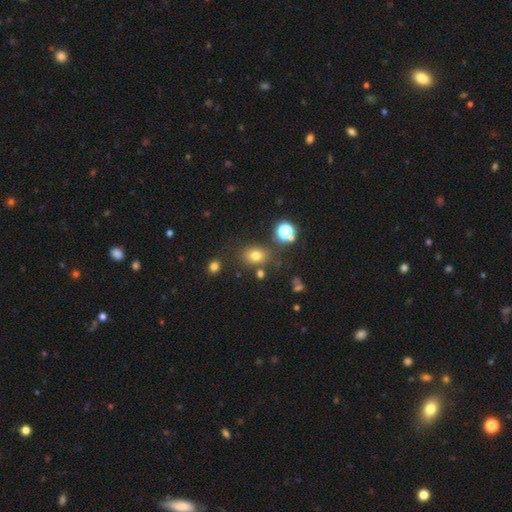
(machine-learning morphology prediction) smooth 72%, star or artifact 18%, featured or disk 10%. Down the decision tree: how rounded — in between (56%); merging — none (77%).